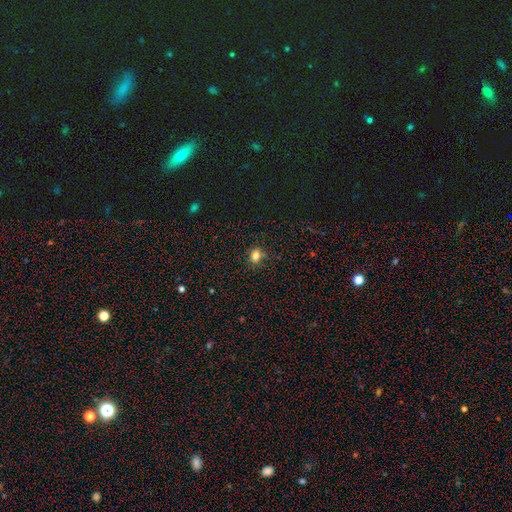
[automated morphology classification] type=smooth (78%); roundness=round (59%); merging=none (78%).